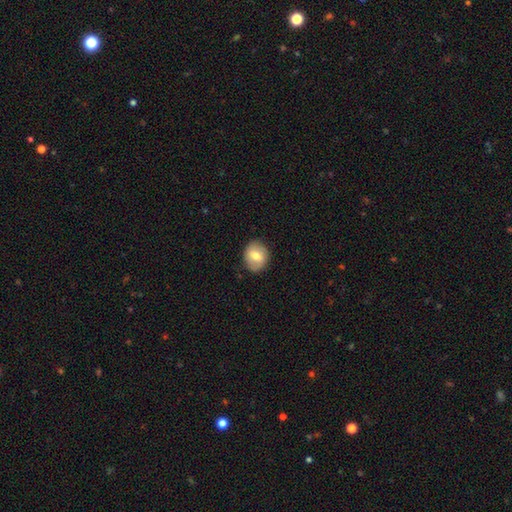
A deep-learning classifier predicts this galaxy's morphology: Smooth or featured? smooth (69%)
How rounded? round (64%)
Merging? none (85%)